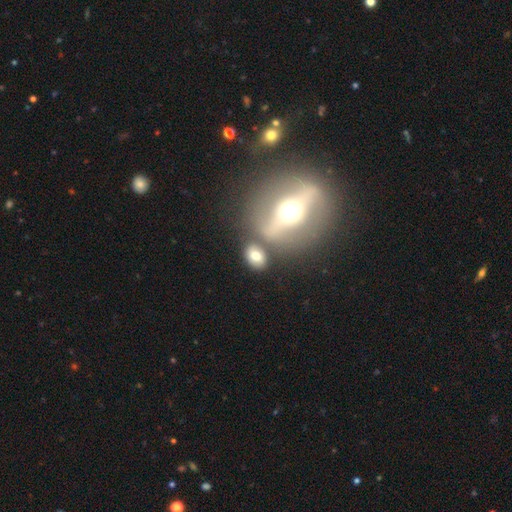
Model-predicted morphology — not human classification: Smooth or featured? smooth (68%)
How rounded? in between (73%)
Merging? none (64%)